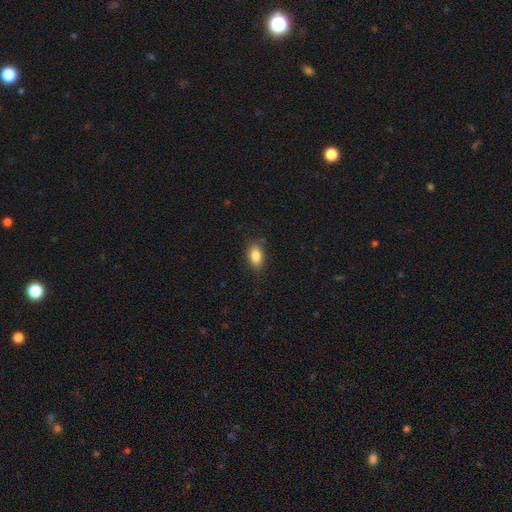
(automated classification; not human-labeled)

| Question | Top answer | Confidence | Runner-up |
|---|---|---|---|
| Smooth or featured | smooth | 86% | star or artifact (8%) |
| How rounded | in between | 88% | round (9%) |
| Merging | none | 84% | minor disturbance (12%) |